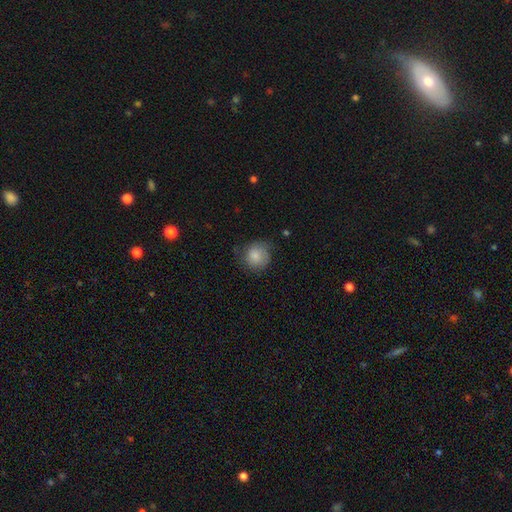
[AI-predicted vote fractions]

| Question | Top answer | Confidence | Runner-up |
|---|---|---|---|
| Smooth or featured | smooth | 79% | featured or disk (13%) |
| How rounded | round | 86% | in between (13%) |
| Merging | none | 64% | minor disturbance (26%) |